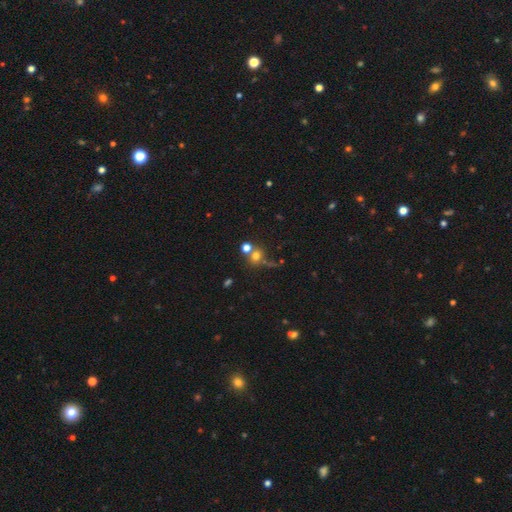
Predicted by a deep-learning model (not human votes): Smooth or featured? Predicted: smooth (p=0.66). How rounded? Predicted: round (p=0.83). Merging? Predicted: none (p=0.47).